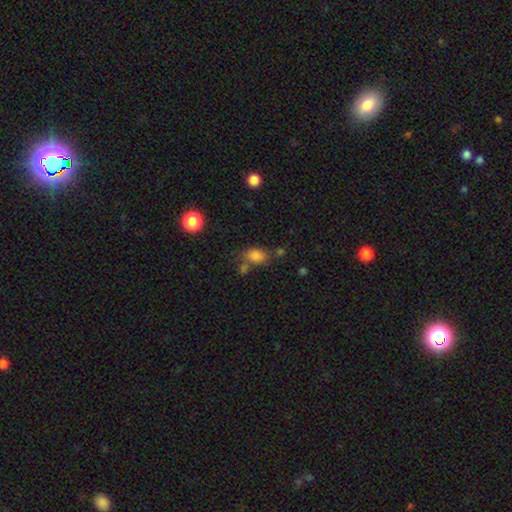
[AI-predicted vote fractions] Morphology: type=smooth (81%); roundness=in between (80%); merging=none (57%).